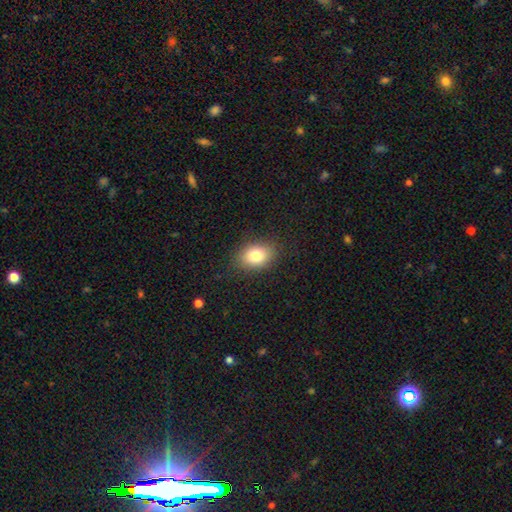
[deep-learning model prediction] Overall: smooth (81%). How rounded: in between (73%). Merging: none (86%).